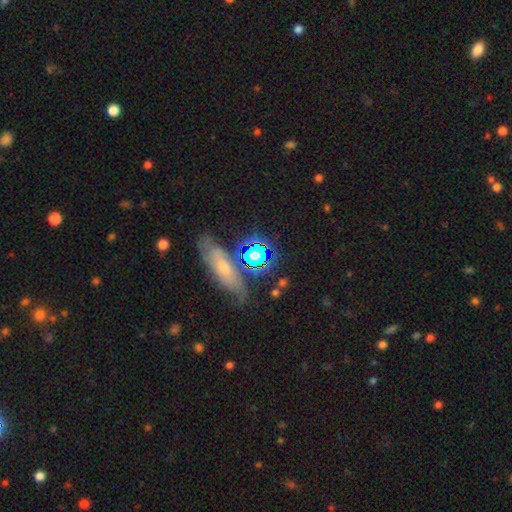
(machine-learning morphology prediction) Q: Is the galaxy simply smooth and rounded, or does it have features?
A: star or artifact — 40%.